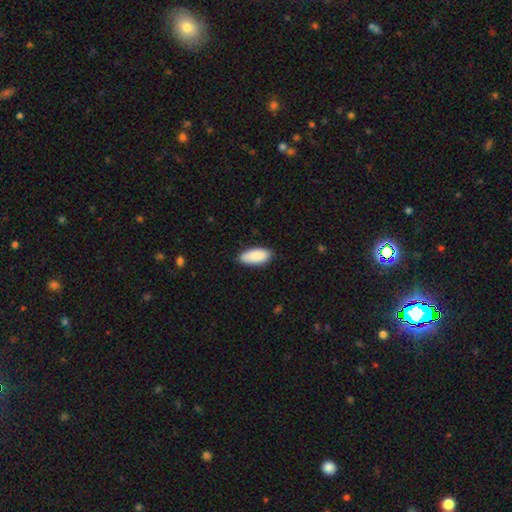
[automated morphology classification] smooth-or-featured: smooth: 90% | star or artifact: 6% | featured or disk: 4%
  how-rounded: in between: 89% | cigar-shaped: 9% | round: 2%
  merging: none: 85% | minor disturbance: 12% | major disturbance: 2% | merger: 1%